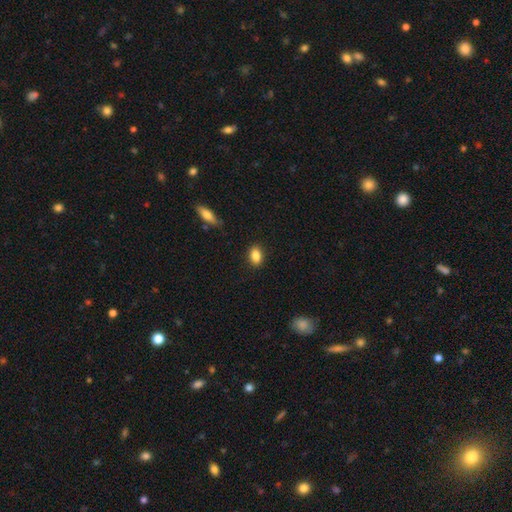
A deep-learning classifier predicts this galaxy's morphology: Smooth or featured? Predicted: smooth (p=0.86). How rounded? Predicted: in between (p=0.81). Merging? Predicted: none (p=0.88).